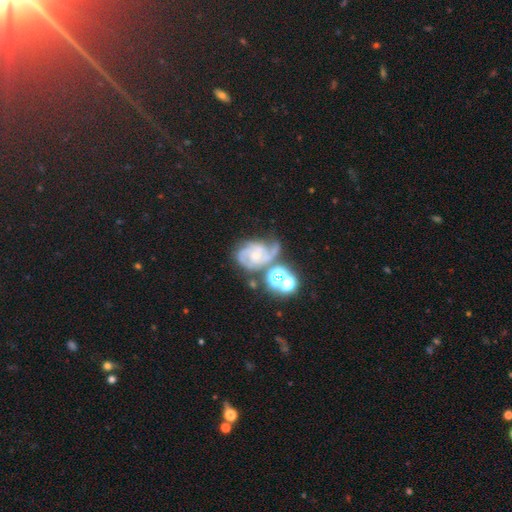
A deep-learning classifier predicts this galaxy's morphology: Overall: featured or disk (75%). Edge-on disk: no (97%). Bar: no (67%). Spiral arms: yes (94%). Spiral arm count: 2 (44%; 3 22%). Spiral winding: medium (43%, tied with tight). Bulge size: small (57%; moderate 37%). Merging: none (36%; merger 23%).